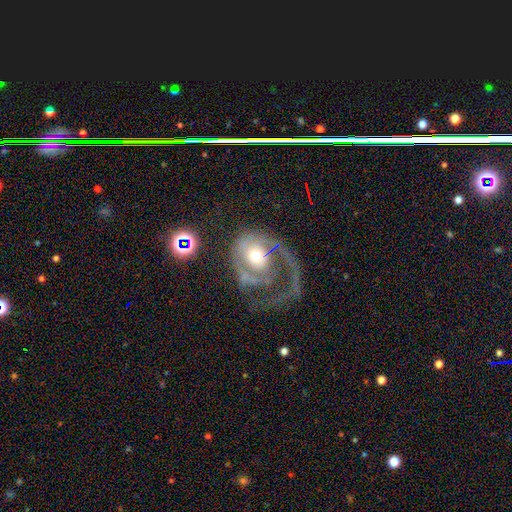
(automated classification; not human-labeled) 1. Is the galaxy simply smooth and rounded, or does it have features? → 74% featured or disk, 19% smooth, 8% star or artifact.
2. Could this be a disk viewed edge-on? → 97% no, 3% yes.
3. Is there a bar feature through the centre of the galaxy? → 76% no, 19% weak, 6% strong.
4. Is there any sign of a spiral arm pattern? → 74% yes, 26% no.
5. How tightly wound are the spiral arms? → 36% medium, 35% tight, 29% loose.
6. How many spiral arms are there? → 60% 1, 19% 2, 15% can't tell, 3% 3, 2% 4, 1% more than 4.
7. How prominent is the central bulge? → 61% moderate, 28% small, 9% large, 2% dominant, 1% none.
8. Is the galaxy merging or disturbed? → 57% major disturbance, 24% none, 14% minor disturbance, 5% merger.